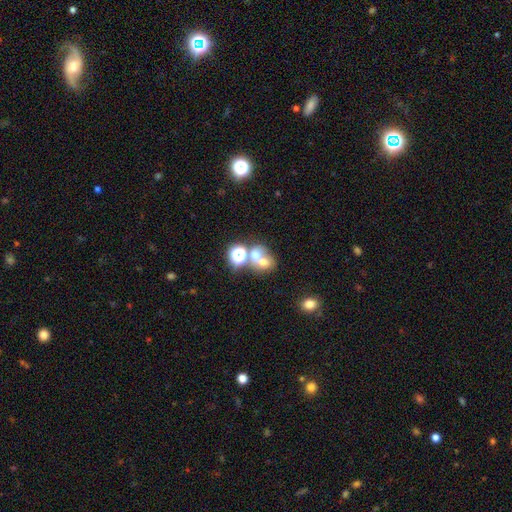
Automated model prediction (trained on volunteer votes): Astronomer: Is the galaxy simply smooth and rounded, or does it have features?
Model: smooth — 58%.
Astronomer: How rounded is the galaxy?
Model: round — 62%.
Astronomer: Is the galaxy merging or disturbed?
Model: merger — 61%.